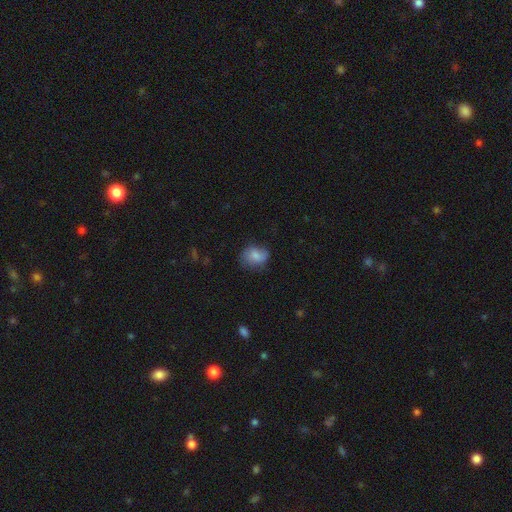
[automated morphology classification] The model was most divided on "how rounded": round: 50%, in between: 49%, cigar-shaped: 1%. More confident: smooth or featured — smooth (71%); merging — none (63%).